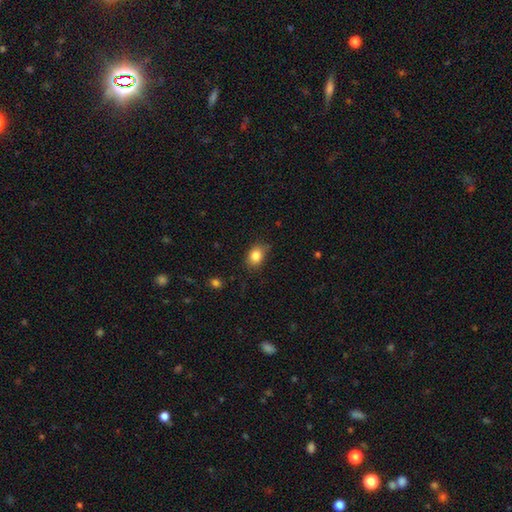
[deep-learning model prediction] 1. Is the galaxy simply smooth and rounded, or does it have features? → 84% smooth, 10% star or artifact, 6% featured or disk.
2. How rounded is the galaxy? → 62% in between, 37% round, 1% cigar-shaped.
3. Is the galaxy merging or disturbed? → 70% none, 24% minor disturbance, 5% major disturbance, 2% merger.